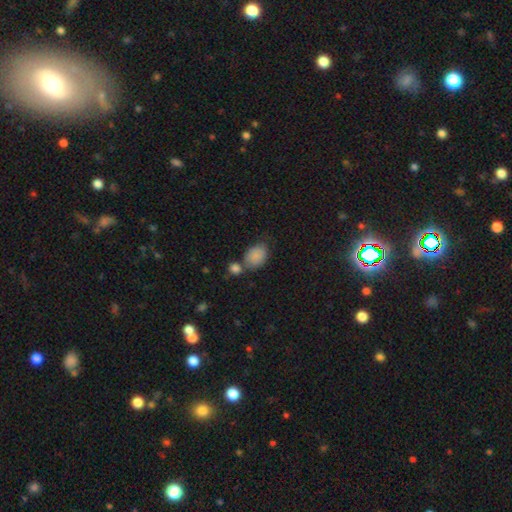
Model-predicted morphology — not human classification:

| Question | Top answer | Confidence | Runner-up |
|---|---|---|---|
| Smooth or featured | smooth | 86% | star or artifact (8%) |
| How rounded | in between | 75% | round (24%) |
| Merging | none | 48% | merger (28%) |